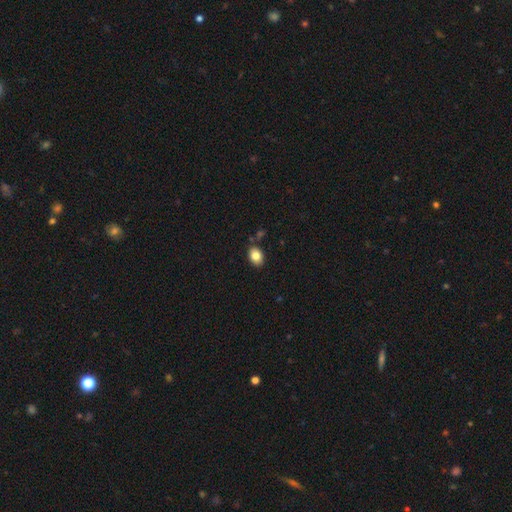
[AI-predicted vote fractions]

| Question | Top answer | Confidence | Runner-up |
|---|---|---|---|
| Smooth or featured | smooth | 83% | star or artifact (9%) |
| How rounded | in between | 75% | round (24%) |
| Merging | none | 83% | minor disturbance (11%) |